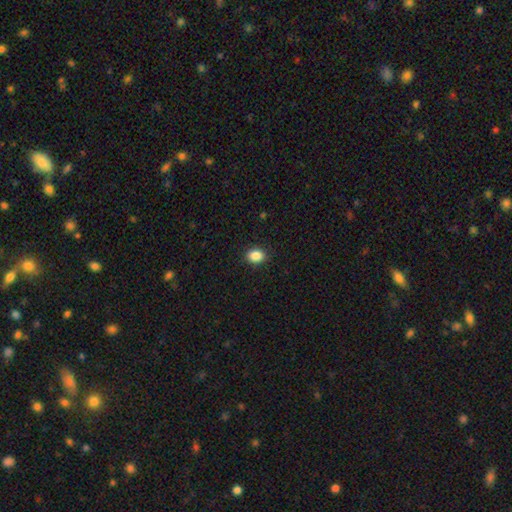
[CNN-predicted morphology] Smooth or featured? smooth (88%)
How rounded? in between (56%)
Merging? none (90%)